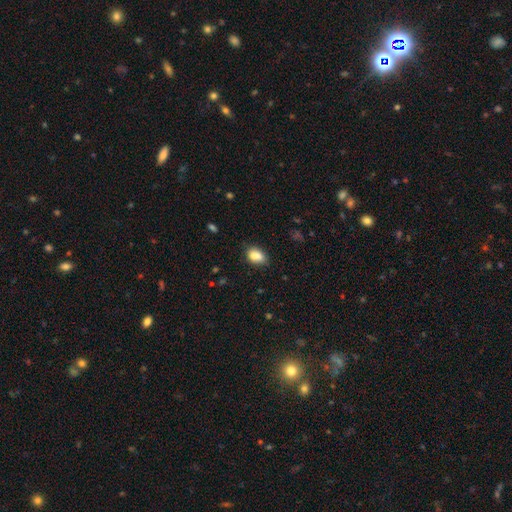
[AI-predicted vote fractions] This is clearly a smooth galaxy (83%). How rounded: likely in between (80%). Merging: likely none (60%).